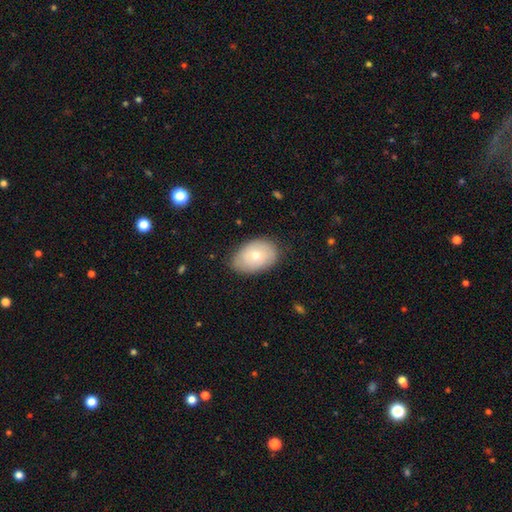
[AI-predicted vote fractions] Smooth or featured: smooth — 62% (featured or disk — 31%)
How rounded: in between — 84% (round — 15%)
Merging: none — 78% (minor disturbance — 18%)